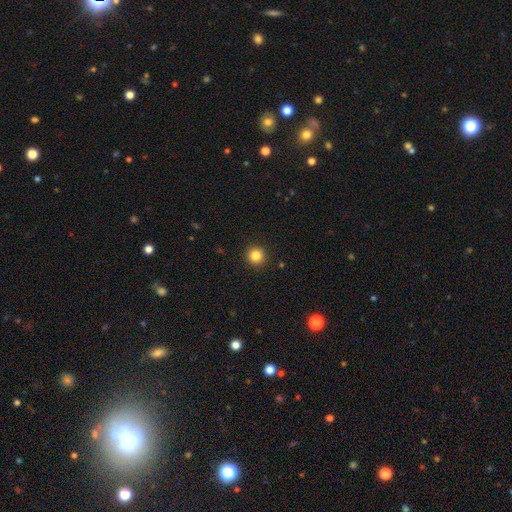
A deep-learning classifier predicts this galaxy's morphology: smooth_or_featured: smooth (p=0.84) [alt: star or artifact p=0.11]
how_rounded: round (p=0.95) [alt: in between p=0.04]
merging: none (p=0.92) [alt: minor disturbance p=0.05]